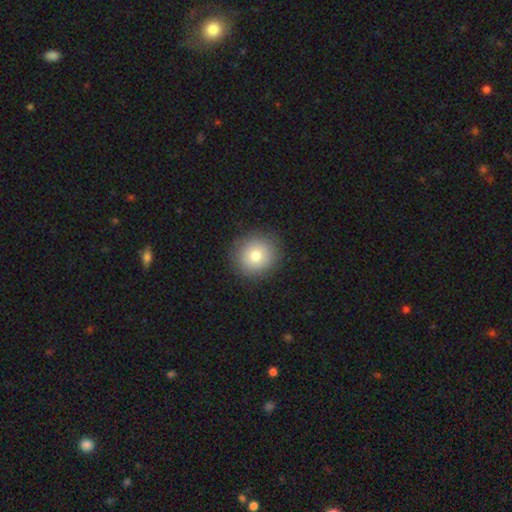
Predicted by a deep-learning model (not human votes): smooth 78%, featured or disk 12%, star or artifact 10%. Down the decision tree: how rounded — round (92%); merging — none (89%).